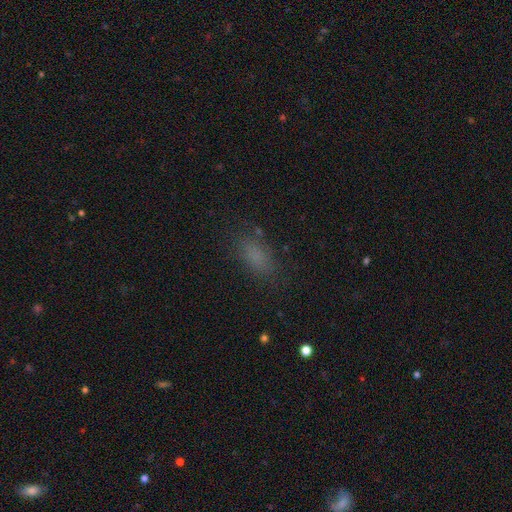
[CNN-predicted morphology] A smooth galaxy with no disk features (78%) that is in between round and cigar-shaped (84%).

Vote fractions:
- Smooth or featured? smooth: 78% / star or artifact: 15% / featured or disk: 7%
- How rounded? in between: 84% / cigar-shaped: 9% / round: 7%
- Merging? none: 79% / minor disturbance: 14% / major disturbance: 6% / merger: 2%